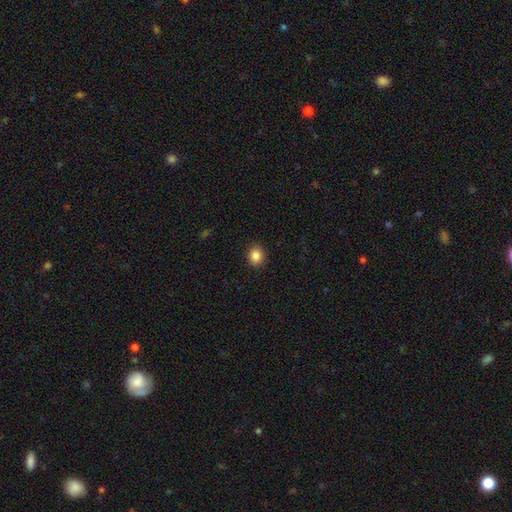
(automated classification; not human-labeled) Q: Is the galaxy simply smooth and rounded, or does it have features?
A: smooth — 85%.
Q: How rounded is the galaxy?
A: round — 70%.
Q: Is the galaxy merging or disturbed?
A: none — 91%.